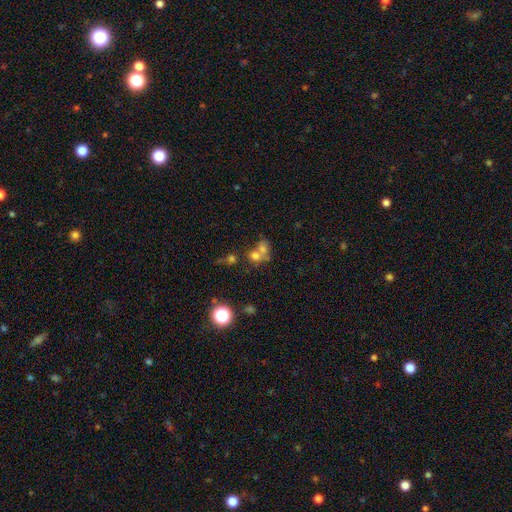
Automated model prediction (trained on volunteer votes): smooth_or_featured: smooth (p=0.66) [alt: star or artifact p=0.18]
how_rounded: round (p=0.61) [alt: in between p=0.38]
merging: merger (p=0.57) [alt: none p=0.30]